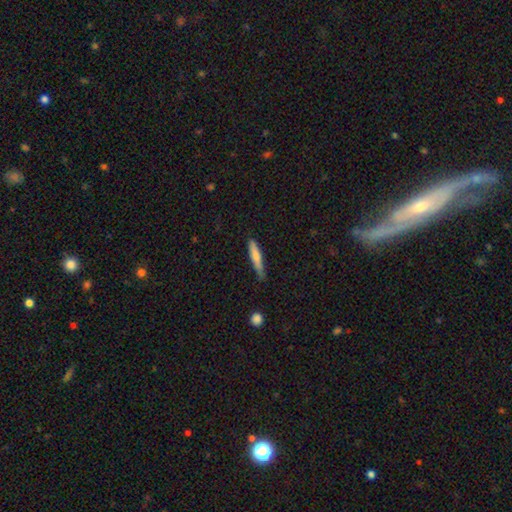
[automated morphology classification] Smooth or featured? Predicted: smooth (p=0.74). How rounded? Predicted: cigar-shaped (p=0.89). Merging? Predicted: none (p=0.65).